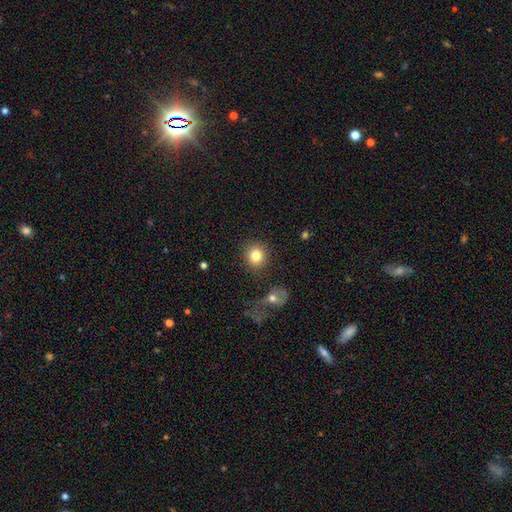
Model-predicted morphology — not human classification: The model was most divided on "smooth or featured": smooth: 82%, star or artifact: 10%, featured or disk: 8%. More confident: how rounded — round (86%); merging — none (85%).